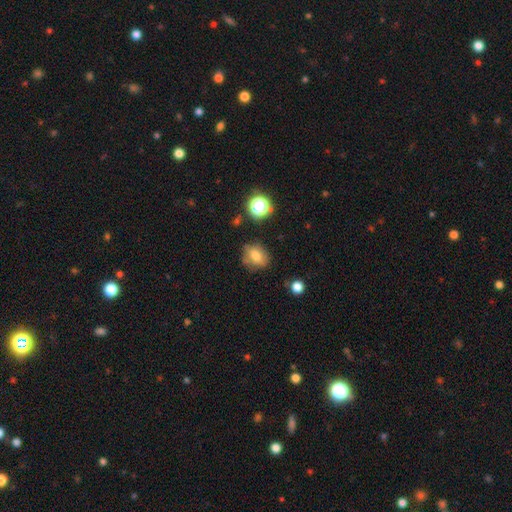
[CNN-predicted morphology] A smooth galaxy with no disk features (73%) that is round (52%).

Vote fractions:
- Smooth or featured? smooth: 73% / featured or disk: 14% / star or artifact: 13%
- How rounded? round: 52% / in between: 47% / cigar-shaped: 1%
- Merging? none: 70% / minor disturbance: 21% / major disturbance: 6% / merger: 3%